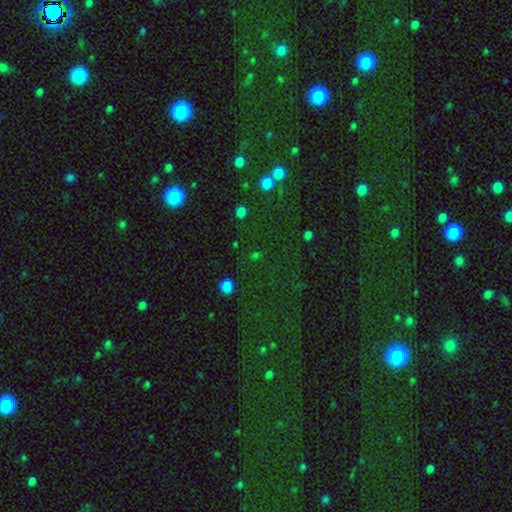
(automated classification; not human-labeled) This appears to be a star or artifact, not a galaxy (51%).